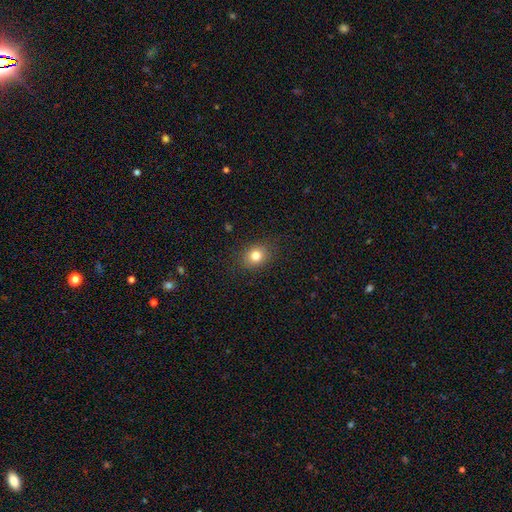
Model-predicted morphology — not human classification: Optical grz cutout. It shows a smooth galaxy with no disk features (80%) that is round (64%). Merging: none (86%).